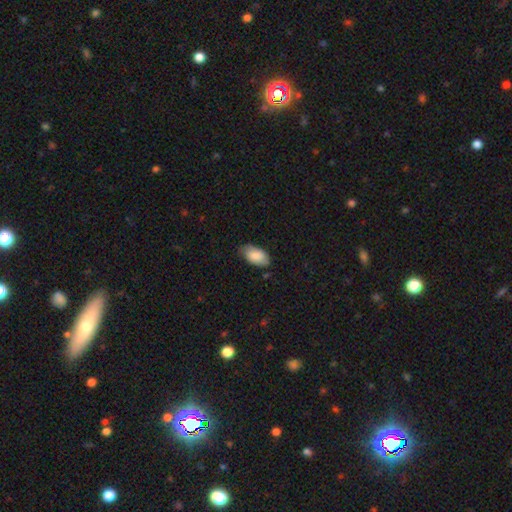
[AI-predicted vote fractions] A smooth galaxy with no disk features (83%) that is in between round and cigar-shaped (95%). Merging: none (69%).